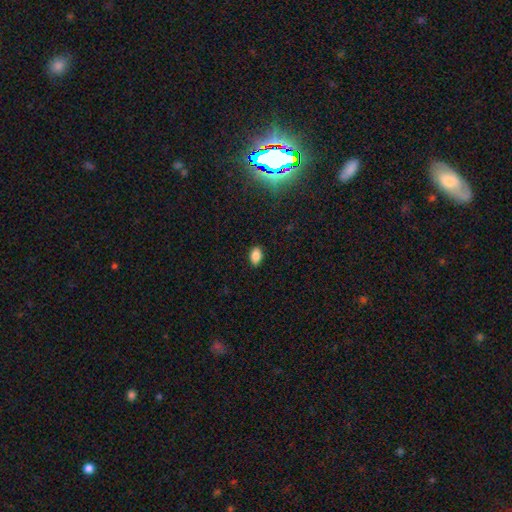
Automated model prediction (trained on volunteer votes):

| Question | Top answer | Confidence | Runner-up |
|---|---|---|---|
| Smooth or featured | smooth | 85% | star or artifact (10%) |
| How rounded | in between | 89% | round (9%) |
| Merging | none | 88% | minor disturbance (9%) |